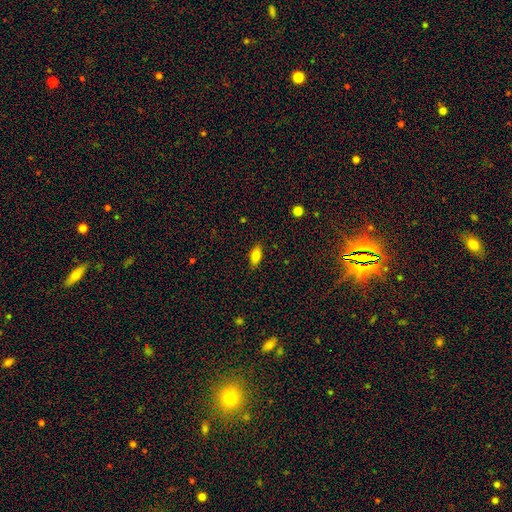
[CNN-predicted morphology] A smooth galaxy with no disk features (81%) that is in between round and cigar-shaped (85%).

Vote fractions:
- Smooth or featured? smooth: 81% / featured or disk: 11% / star or artifact: 8%
- How rounded? in between: 85% / cigar-shaped: 12% / round: 4%
- Merging? none: 86% / minor disturbance: 11% / major disturbance: 2% / merger: 1%